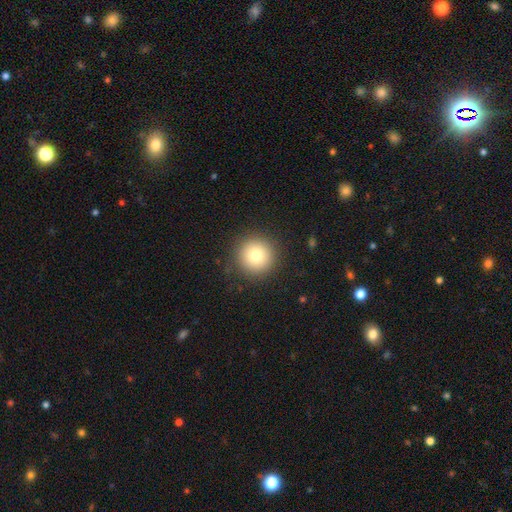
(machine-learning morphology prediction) A smooth galaxy with no disk features (79%) that is round (96%).

Vote fractions:
- Smooth or featured? smooth: 79% / star or artifact: 11% / featured or disk: 10%
- How rounded? round: 96% / in between: 4% / cigar-shaped: 1%
- Merging? none: 89% / minor disturbance: 7% / major disturbance: 3% / merger: 1%